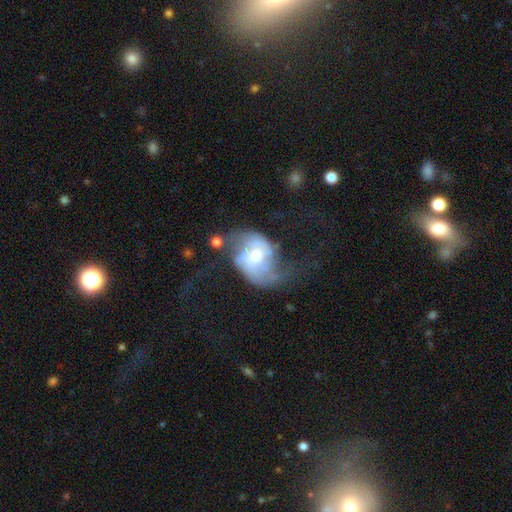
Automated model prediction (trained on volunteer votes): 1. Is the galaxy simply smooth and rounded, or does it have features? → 76% featured or disk, 17% smooth, 7% star or artifact.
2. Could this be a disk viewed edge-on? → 97% no, 3% yes.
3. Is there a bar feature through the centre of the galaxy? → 52% no, 37% weak, 11% strong.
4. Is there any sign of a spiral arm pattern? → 89% yes, 11% no.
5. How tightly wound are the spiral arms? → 42% loose, 40% medium, 18% tight.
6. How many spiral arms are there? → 78% 2, 11% can't tell, 5% 1, 3% 3, 2% 4, 1% more than 4.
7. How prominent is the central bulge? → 58% moderate, 35% small, 5% large, 1% none, 1% dominant.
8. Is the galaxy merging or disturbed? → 42% none, 30% major disturbance, 22% minor disturbance, 5% merger.